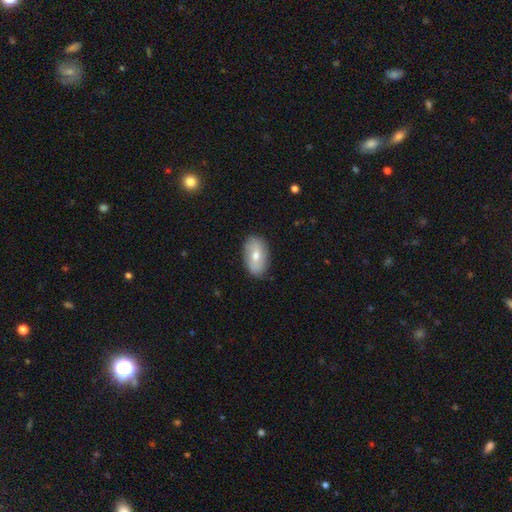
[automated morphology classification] Smooth or featured?
  - smooth: 59% *
  - featured or disk: 34%
  - star or artifact: 7%
How rounded?
  - in between: 92% *
  - round: 6%
  - cigar-shaped: 2%
Merging?
  - none: 85% *
  - minor disturbance: 11%
  - major disturbance: 2%
  - merger: 1%